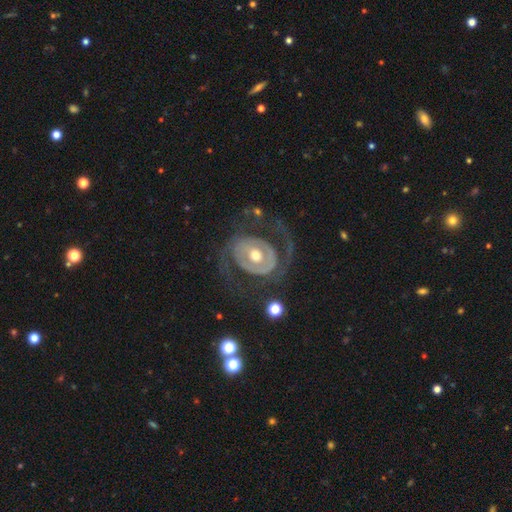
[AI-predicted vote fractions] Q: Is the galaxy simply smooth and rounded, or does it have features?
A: featured or disk — 80%.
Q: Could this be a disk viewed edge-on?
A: no — 96%.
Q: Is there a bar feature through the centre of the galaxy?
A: no — 56%.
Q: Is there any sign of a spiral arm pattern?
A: yes — 65%.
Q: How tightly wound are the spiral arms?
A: medium — 36%.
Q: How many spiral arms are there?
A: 2 — 64%.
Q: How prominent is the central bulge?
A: moderate — 73%.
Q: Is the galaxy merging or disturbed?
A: none — 56%.